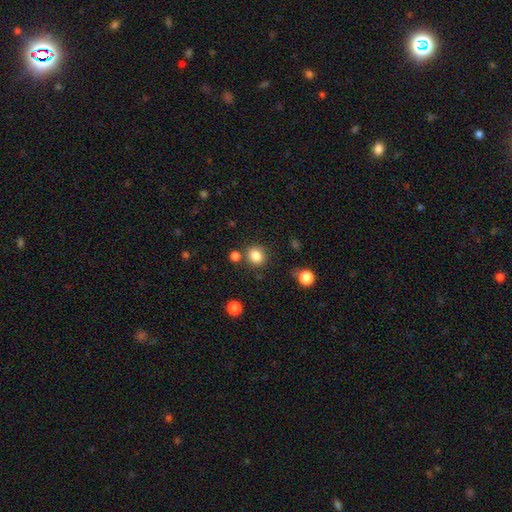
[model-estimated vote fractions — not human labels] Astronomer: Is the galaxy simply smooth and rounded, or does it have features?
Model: smooth — 84%.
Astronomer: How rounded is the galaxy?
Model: round — 81%.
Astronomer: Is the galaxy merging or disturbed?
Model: none — 81%.